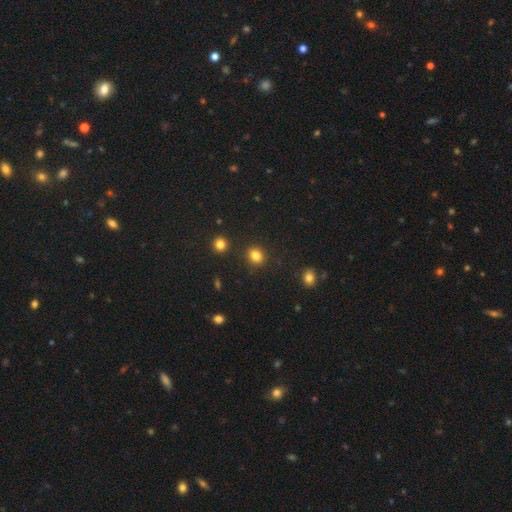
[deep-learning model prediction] This appears to be a smooth galaxy with no disk features (83%) that is round (67%). Merging: none (87%).